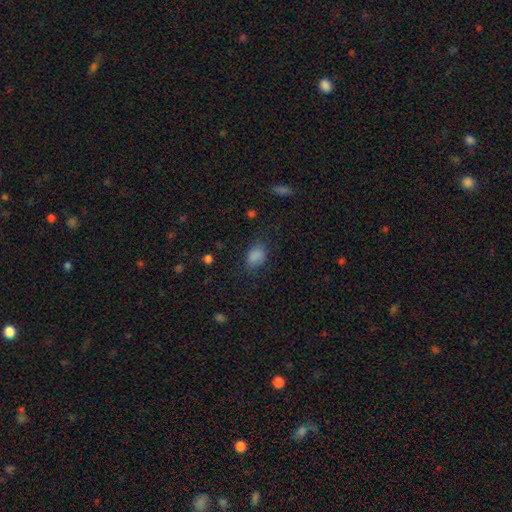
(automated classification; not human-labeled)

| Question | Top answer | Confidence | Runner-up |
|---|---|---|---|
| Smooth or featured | smooth | 82% | star or artifact (12%) |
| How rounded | in between | 69% | round (29%) |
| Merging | none | 68% | minor disturbance (22%) |